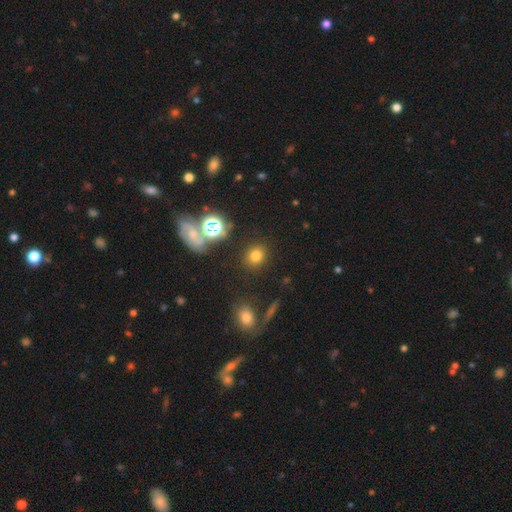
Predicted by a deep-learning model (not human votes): This appears to be a smooth galaxy with no disk features (73%) that is round (79%). Merging: none (86%).